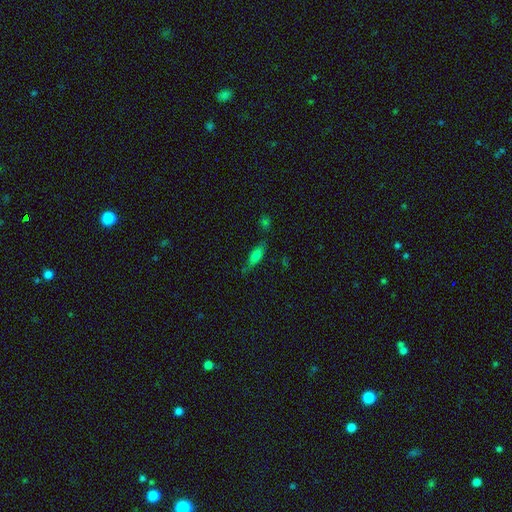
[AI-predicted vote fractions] Q: Smooth or featured?
A: smooth (67%); runner-up: featured or disk (22%)
Q: How rounded?
A: in between (55%); runner-up: cigar-shaped (42%)
Q: Merging?
A: none (66%); runner-up: minor disturbance (21%)